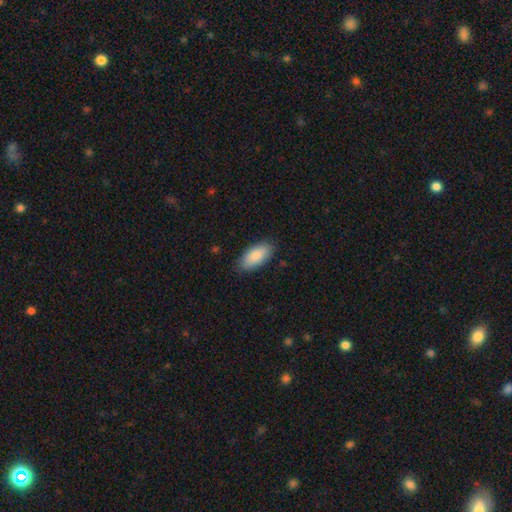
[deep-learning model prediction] A smooth galaxy with no disk features (85%) that is in between round and cigar-shaped (91%). Merging: none (84%).